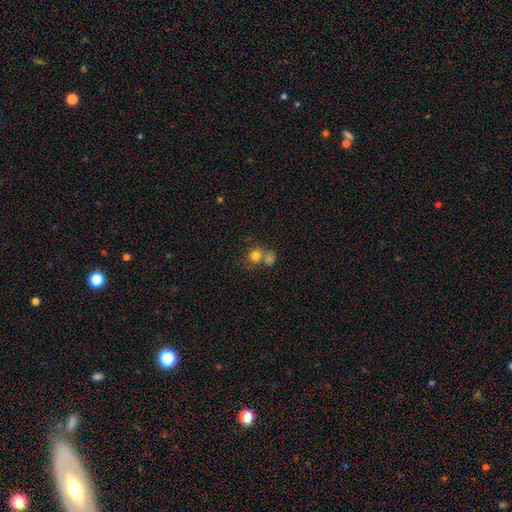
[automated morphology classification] smooth 77%, star or artifact 12%, featured or disk 11%. Down the decision tree: how rounded — round (80%); merging — merger (47%).